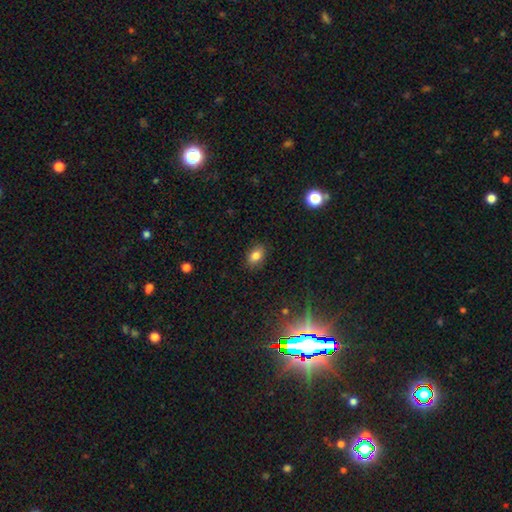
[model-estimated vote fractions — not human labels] Q: Smooth or featured?
A: smooth (83%); runner-up: star or artifact (10%)
Q: How rounded?
A: in between (82%); runner-up: round (16%)
Q: Merging?
A: none (87%); runner-up: minor disturbance (10%)